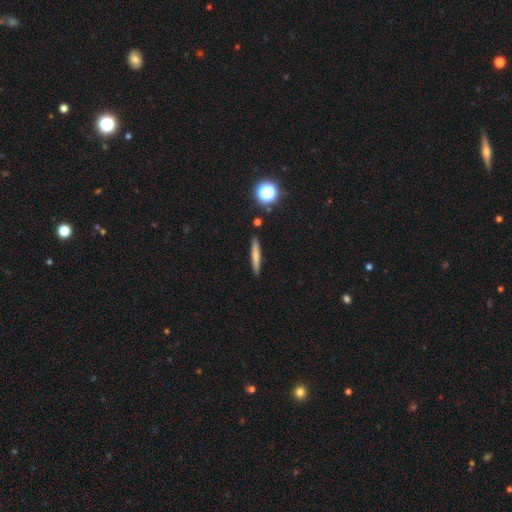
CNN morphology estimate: This appears to be a smooth galaxy with no disk features (67%) that is cigar-shaped (91%). Merging: none (89%).